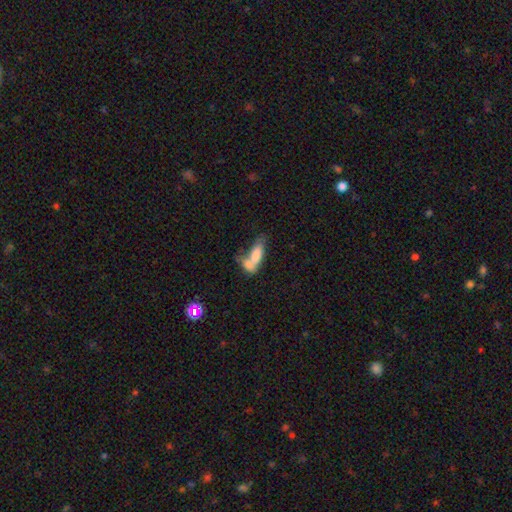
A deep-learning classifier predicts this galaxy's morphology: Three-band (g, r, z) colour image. It shows a smooth galaxy with no disk features (71%) that is in between round and cigar-shaped (74%). Merging: merger (65%).